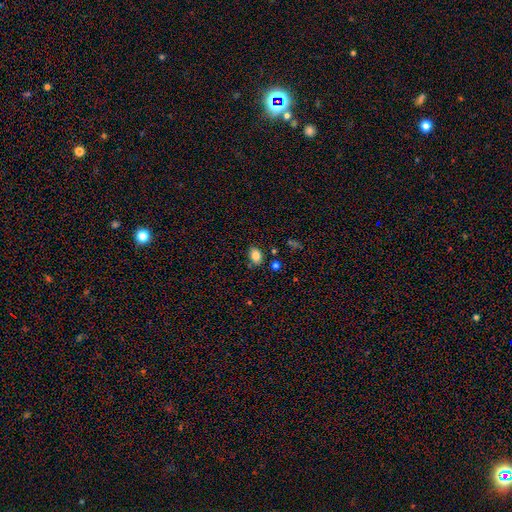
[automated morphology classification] smooth 83%, star or artifact 10%, featured or disk 7%. Down the decision tree: how rounded — in between (75%); merging — none (81%).